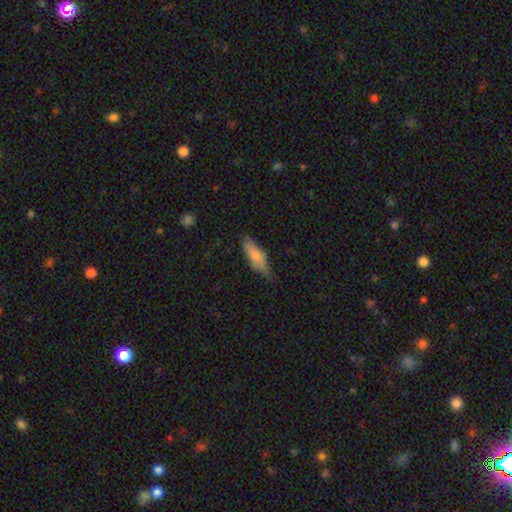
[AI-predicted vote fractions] The model was most divided on "how rounded": in between: 59%, cigar-shaped: 39%, round: 2%. More confident: smooth or featured — smooth (75%); merging — none (56%).